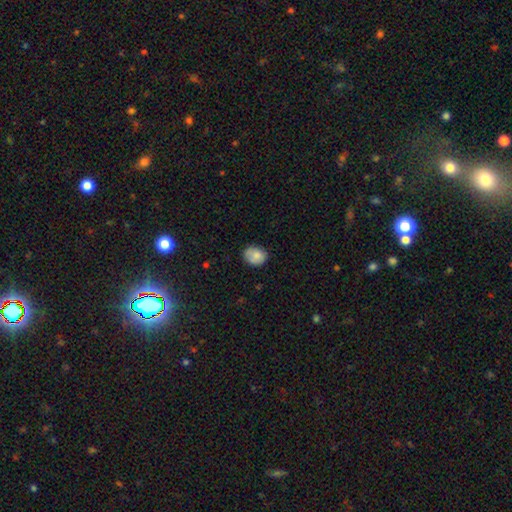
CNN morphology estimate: A smooth galaxy with no disk features (79%) that is round (50%). Merging: none (68%).